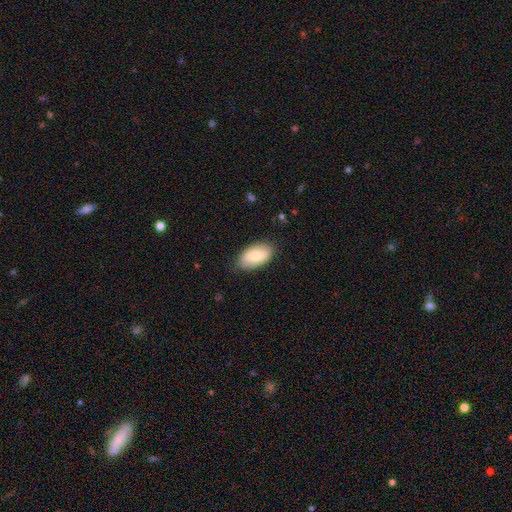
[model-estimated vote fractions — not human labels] Q: Smooth or featured?
A: smooth (73%); runner-up: featured or disk (21%)
Q: How rounded?
A: in between (94%); runner-up: round (4%)
Q: Merging?
A: none (82%); runner-up: minor disturbance (14%)